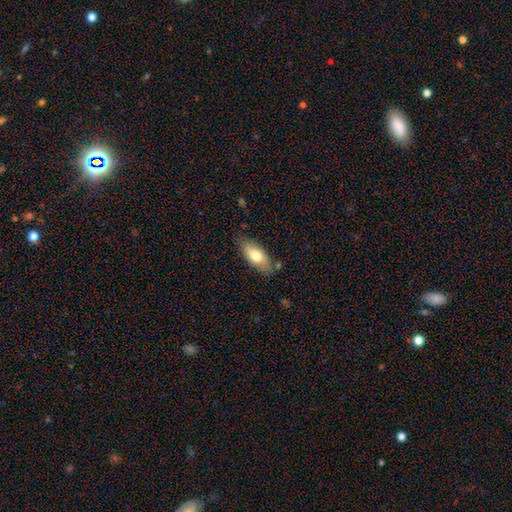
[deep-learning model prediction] This is likely a smooth galaxy (71%). How rounded: clearly in between (84%). Merging: likely none (78%).